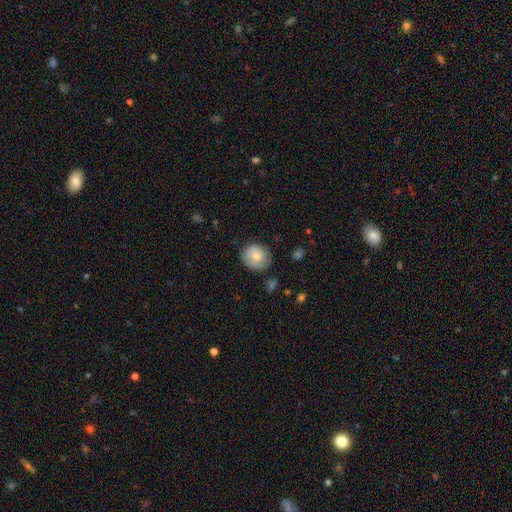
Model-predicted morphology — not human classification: Smooth or featured: smooth — 71% (featured or disk — 23%)
How rounded: round — 78% (in between — 21%)
Merging: none — 73% (minor disturbance — 21%)